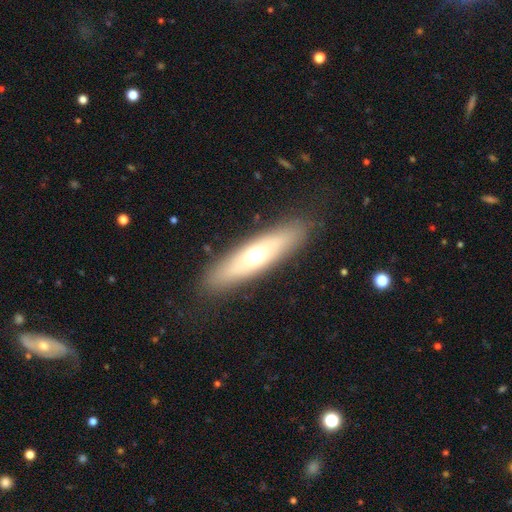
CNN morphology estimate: smooth 55%, featured or disk 39%, star or artifact 7%. Down the decision tree: how rounded — cigar-shaped (67%); merging — none (87%).